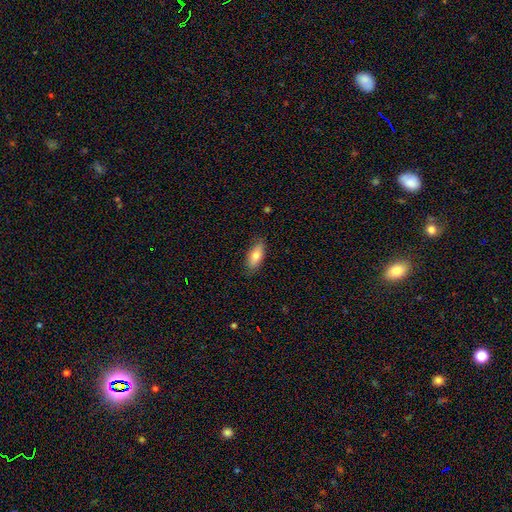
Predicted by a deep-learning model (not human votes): smooth-or-featured: smooth: 79% | featured or disk: 15% | star or artifact: 7%
  how-rounded: in between: 82% | cigar-shaped: 15% | round: 3%
  merging: none: 83% | minor disturbance: 14% | major disturbance: 2% | merger: 1%